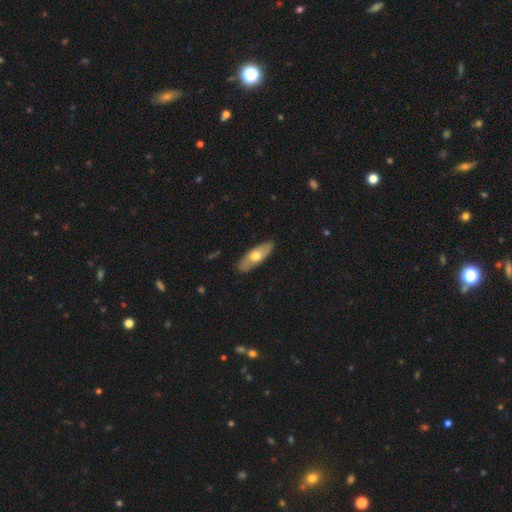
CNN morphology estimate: Smooth or featured? Predicted: smooth (p=0.54). How rounded? Predicted: in between (p=0.66). Merging? Predicted: none (p=0.87).